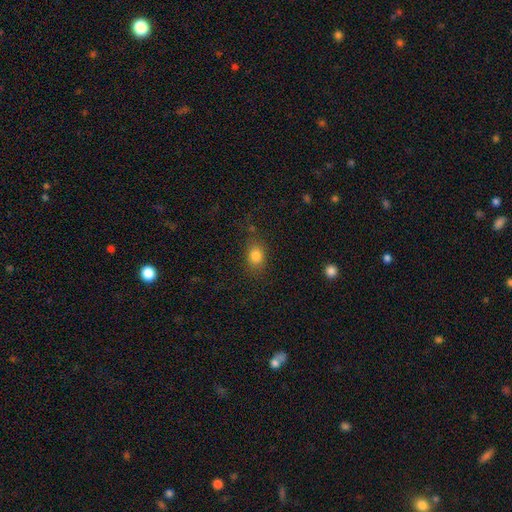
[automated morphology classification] Overall: smooth (81%). How rounded: in between (60%; round 38%). Merging: none (75%).